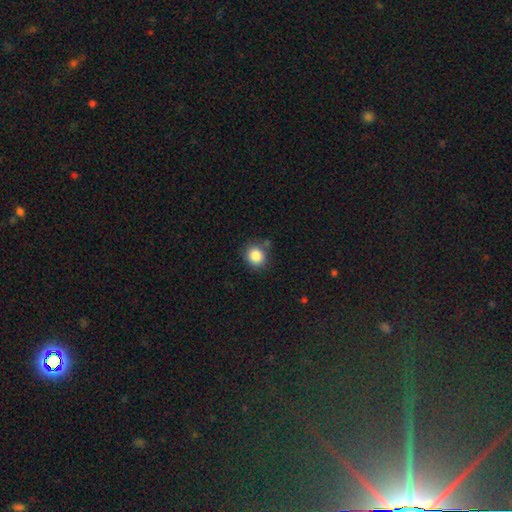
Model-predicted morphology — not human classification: A smooth galaxy with no disk features (86%) that is round (83%). Merging: none (79%).